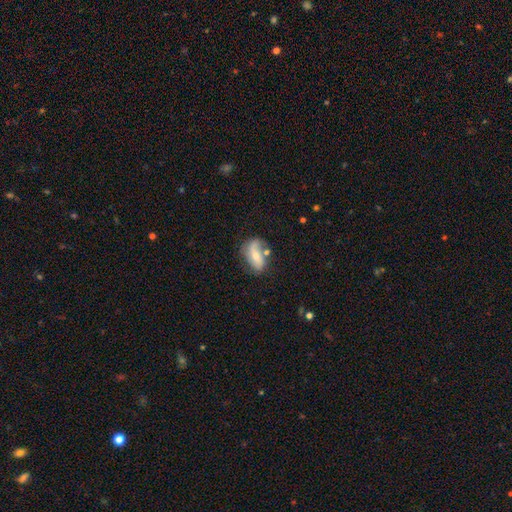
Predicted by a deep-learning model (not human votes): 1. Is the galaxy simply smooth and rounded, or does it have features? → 52% featured or disk, 40% smooth, 8% star or artifact.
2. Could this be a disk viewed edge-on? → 91% no, 9% yes.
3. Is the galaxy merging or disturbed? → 53% none, 24% minor disturbance, 13% merger, 10% major disturbance.